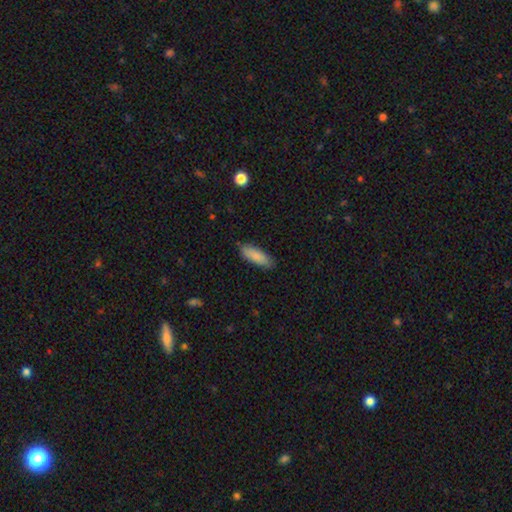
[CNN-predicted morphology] The model was most divided on "how rounded": in between: 65%, cigar-shaped: 34%, round: 2%. More confident: smooth or featured — smooth (86%); merging — none (85%).